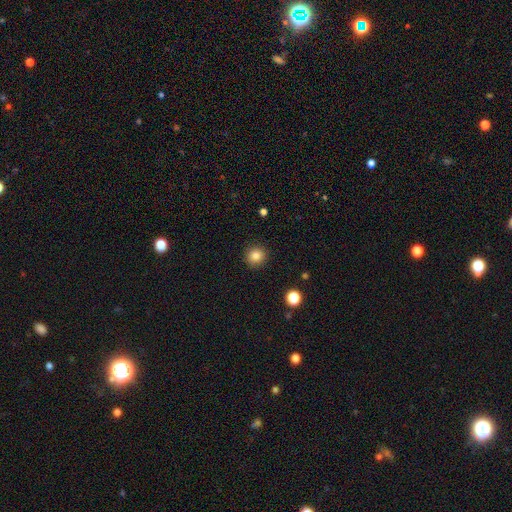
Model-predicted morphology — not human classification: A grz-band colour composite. It shows a smooth galaxy with no disk features (84%) that is round (91%). Merging: none (91%).